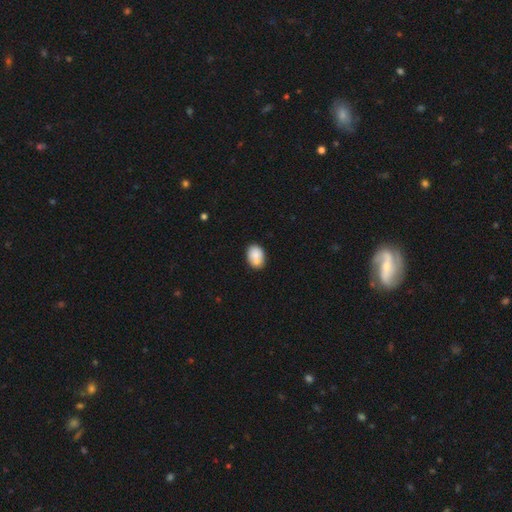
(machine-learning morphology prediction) Smooth or featured? smooth (78%)
How rounded? in between (78%)
Merging? none (61%)